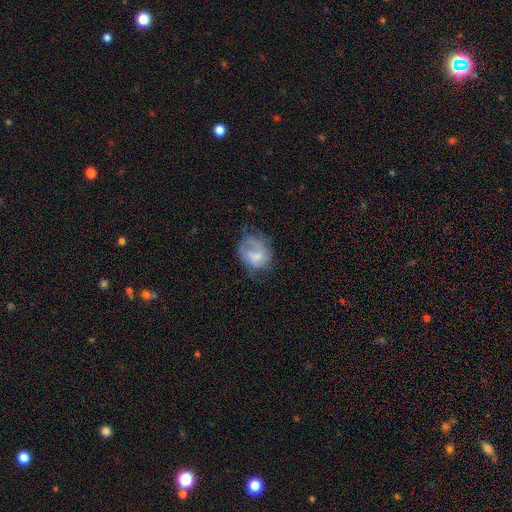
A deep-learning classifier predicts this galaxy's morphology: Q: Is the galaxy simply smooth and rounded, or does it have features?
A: smooth — 58%.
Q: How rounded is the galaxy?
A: in between — 50%.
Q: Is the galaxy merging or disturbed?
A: none — 35%.